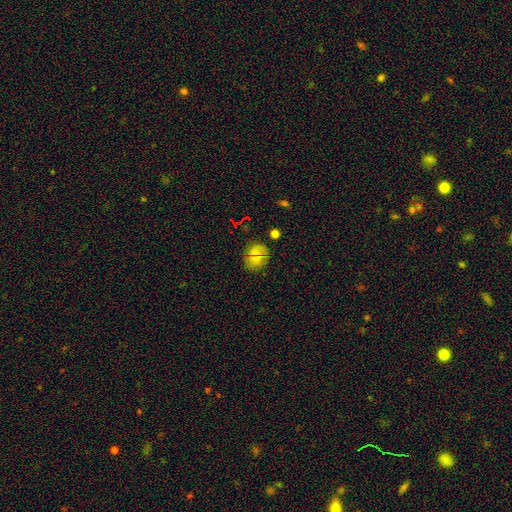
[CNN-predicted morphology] The model was most divided on "how rounded": round: 63%, in between: 36%, cigar-shaped: 1%. More confident: merging — none (74%); smooth or featured — smooth (66%).